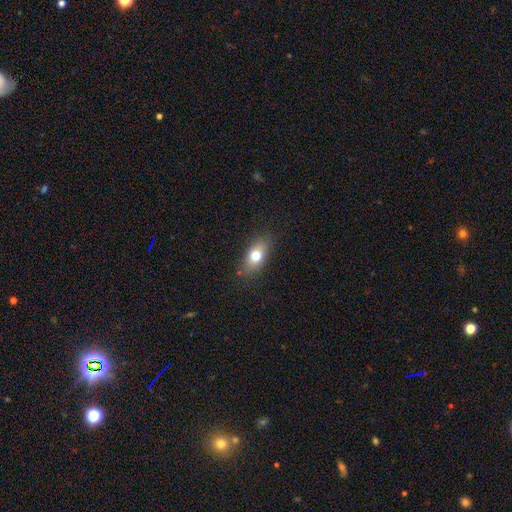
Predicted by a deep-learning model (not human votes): A smooth galaxy with no disk features (74%) that is in between round and cigar-shaped (80%).

Vote fractions:
- Smooth or featured? smooth: 74% / featured or disk: 17% / star or artifact: 8%
- How rounded? in between: 80% / cigar-shaped: 11% / round: 9%
- Merging? none: 83% / minor disturbance: 13% / major disturbance: 3% / merger: 1%